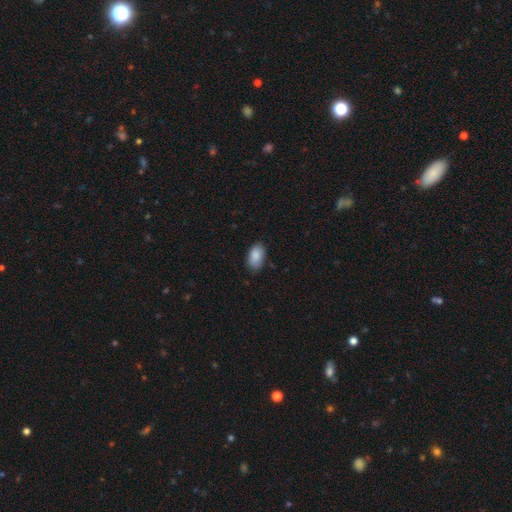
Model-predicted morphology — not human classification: Smooth or featured?
  - smooth: 88% *
  - star or artifact: 7%
  - featured or disk: 5%
How rounded?
  - in between: 94% *
  - round: 5%
  - cigar-shaped: 2%
Merging?
  - none: 82% *
  - minor disturbance: 15%
  - major disturbance: 3%
  - merger: 1%